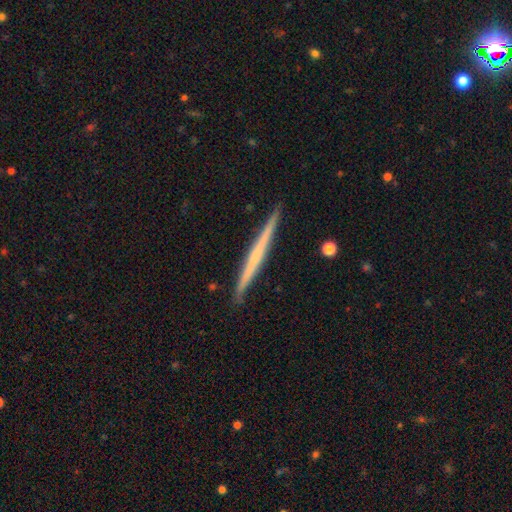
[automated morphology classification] This is possibly a featured or disk galaxy (57%). It is clearly viewed edge-on (98%). Edge-on bulge: clearly none (80%). Merging: clearly none (91%).